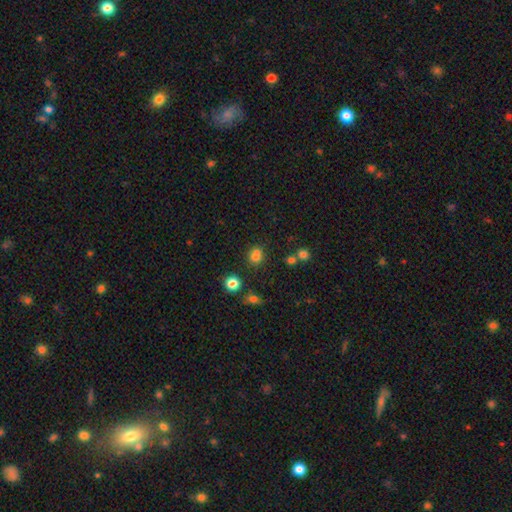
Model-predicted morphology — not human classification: Smooth or featured?
  - smooth: 76% *
  - star or artifact: 18%
  - featured or disk: 6%
How rounded?
  - round: 61% *
  - in between: 38%
  - cigar-shaped: 1%
Merging?
  - none: 66% *
  - merger: 16%
  - minor disturbance: 14%
  - major disturbance: 5%